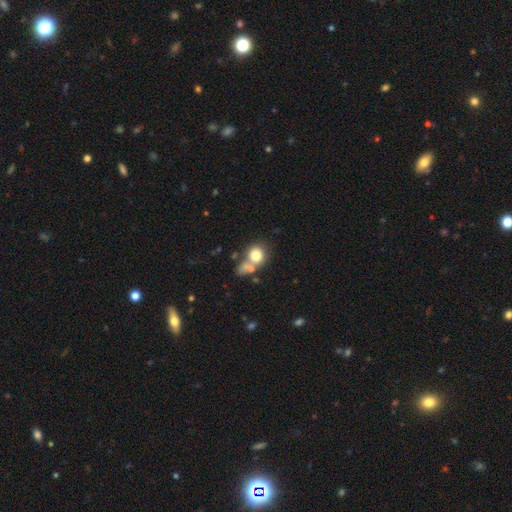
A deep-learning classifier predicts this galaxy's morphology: A smooth galaxy with no disk features (74%) that is round (77%).

Vote fractions:
- Smooth or featured? smooth: 74% / featured or disk: 15% / star or artifact: 11%
- How rounded? round: 77% / in between: 22% / cigar-shaped: 1%
- Merging? none: 40% (tied) / merger: 40% (tied) / minor disturbance: 12% / major disturbance: 8%